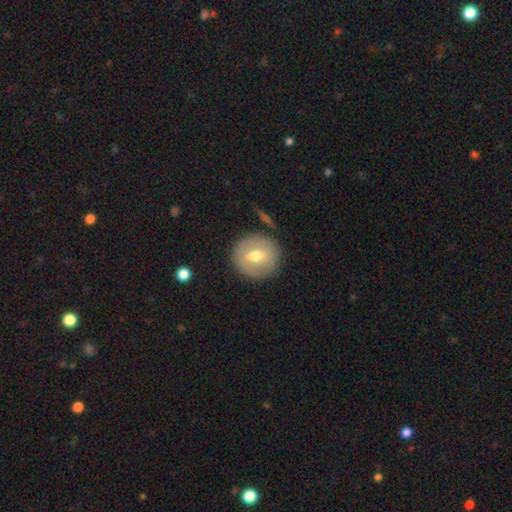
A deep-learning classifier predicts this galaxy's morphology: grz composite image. It shows a smooth galaxy with no disk features (54%) that is round (91%). Merging: none (86%).